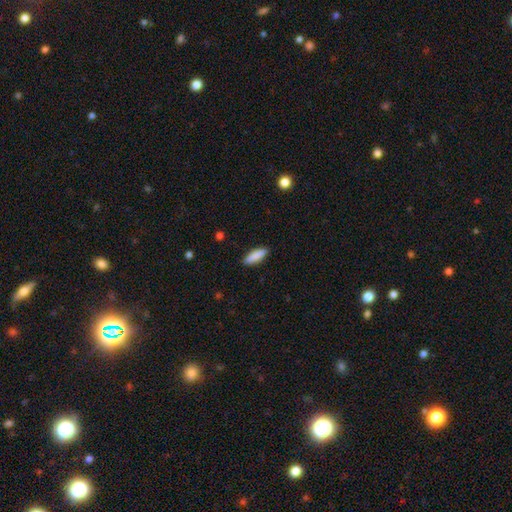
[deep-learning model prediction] Overall: smooth (87%). How rounded: in between (51%; cigar-shaped 47%). Merging: none (89%).